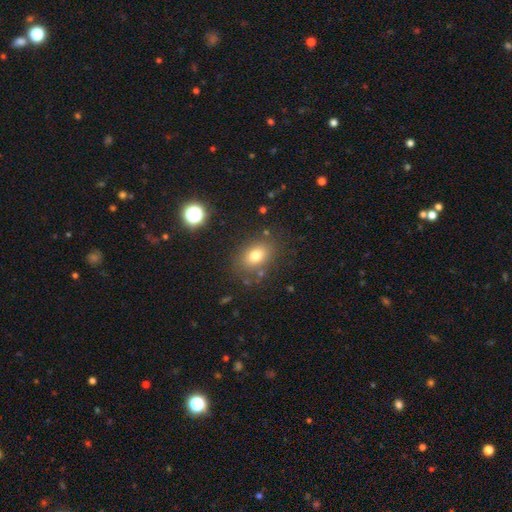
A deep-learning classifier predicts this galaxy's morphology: A smooth galaxy with no disk features (76%) that is in between round and cigar-shaped (72%).

Vote fractions:
- Smooth or featured? smooth: 76% / star or artifact: 13% / featured or disk: 11%
- How rounded? in between: 72% / round: 27% / cigar-shaped: 1%
- Merging? none: 80% / minor disturbance: 12% / major disturbance: 5% / merger: 4%